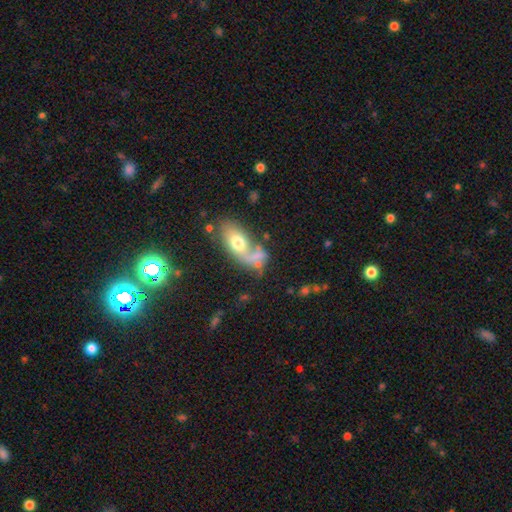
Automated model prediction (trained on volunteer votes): smooth_or_featured: smooth (p=0.60) [alt: featured or disk p=0.30]
how_rounded: in between (p=0.80) [alt: round p=0.11]
merging: merger (p=0.36) [alt: none p=0.31]